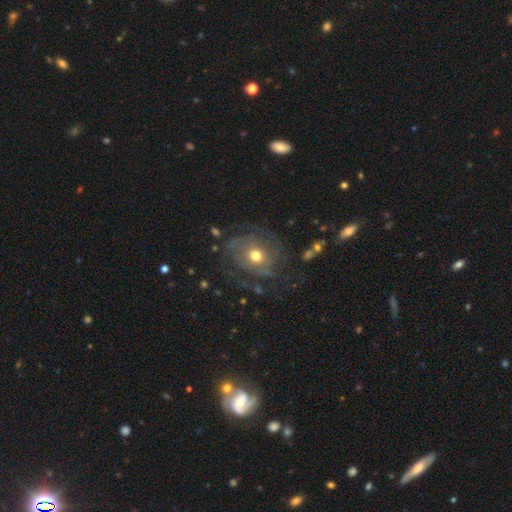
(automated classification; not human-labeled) smooth_or_featured: featured or disk (p=0.58) [alt: smooth p=0.31]
disk_edge_on: no (p=0.96) [alt: yes p=0.04]
bar: no (p=0.83) [alt: weak p=0.13]
has_spiral_arms: yes (p=0.69) [alt: no p=0.31]
bulge_size: moderate (p=0.71) [alt: small p=0.20]
merging: none (p=0.62) [alt: minor disturbance p=0.19]